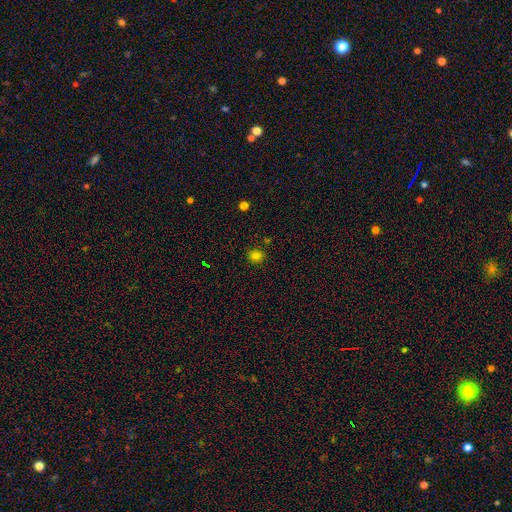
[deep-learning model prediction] Smooth or featured? Predicted: smooth (p=0.78). How rounded? Predicted: round (p=0.85). Merging? Predicted: none (p=0.86).